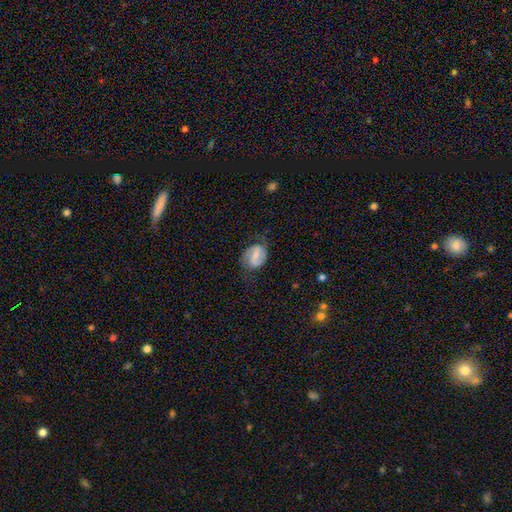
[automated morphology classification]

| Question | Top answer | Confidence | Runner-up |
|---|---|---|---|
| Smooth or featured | featured or disk | 57% | smooth (36%) |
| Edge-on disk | no | 97% | yes (3%) |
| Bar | strong | 47% | weak (39%) |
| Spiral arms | yes | 81% | no (19%) |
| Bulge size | small | 41% | none (29%) |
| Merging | none | 63% | minor disturbance (24%) |